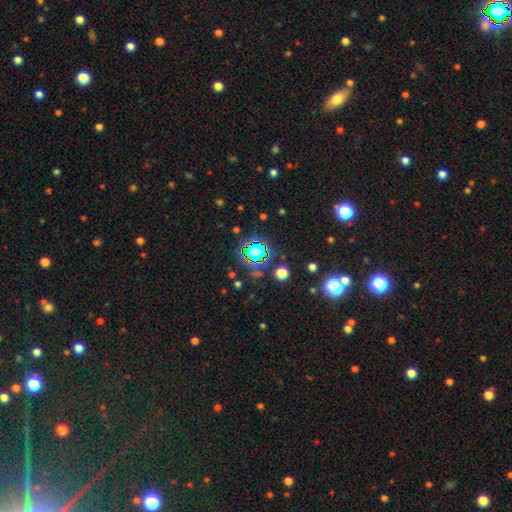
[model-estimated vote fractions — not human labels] smooth-or-featured: star or artifact: 74% | smooth: 17% | featured or disk: 9%